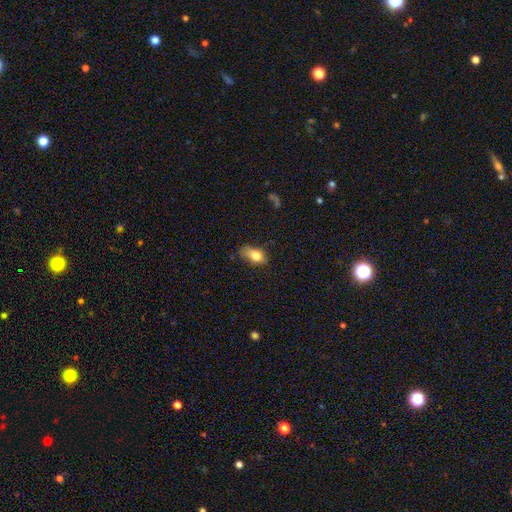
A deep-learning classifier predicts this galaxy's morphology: smooth-or-featured: smooth: 78% | featured or disk: 13% | star or artifact: 9%
  how-rounded: in between: 85% | round: 11% | cigar-shaped: 3%
  merging: none: 47% | minor disturbance: 36% | major disturbance: 14% | merger: 3%